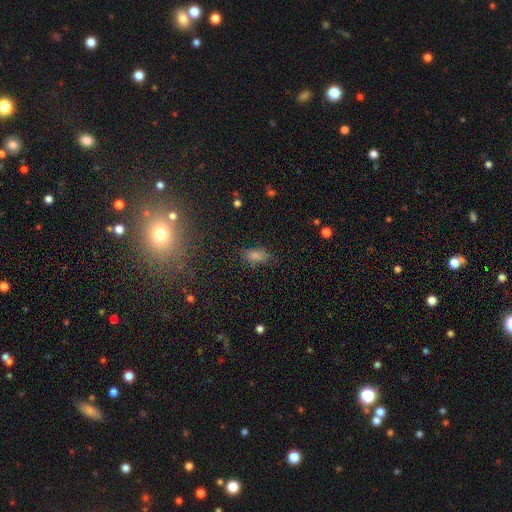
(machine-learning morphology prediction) smooth_or_featured: smooth (p=0.77) [alt: star or artifact p=0.15]
how_rounded: in between (p=0.85) [alt: cigar-shaped p=0.10]
merging: none (p=0.73) [alt: minor disturbance p=0.19]